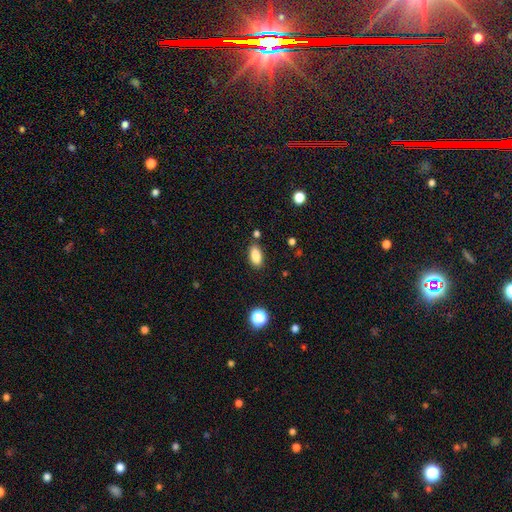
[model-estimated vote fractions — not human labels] Smooth or featured? Predicted: smooth (p=0.86). How rounded? Predicted: in between (p=0.89). Merging? Predicted: none (p=0.83).